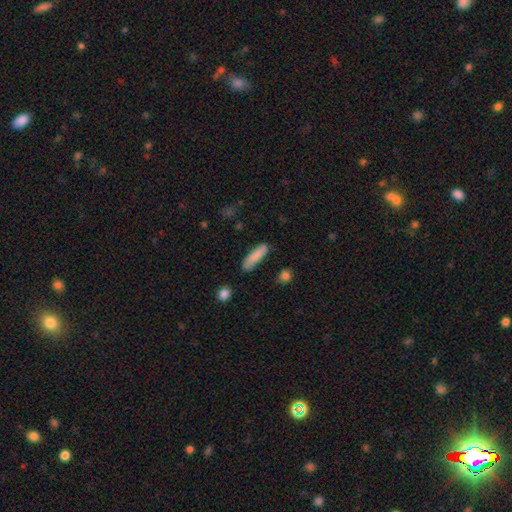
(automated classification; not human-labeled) smooth-or-featured: smooth: 84% | featured or disk: 10% | star or artifact: 6%
  how-rounded: cigar-shaped: 61% | in between: 38% | round: 2%
  merging: none: 77% | minor disturbance: 17% | major disturbance: 4% | merger: 3%